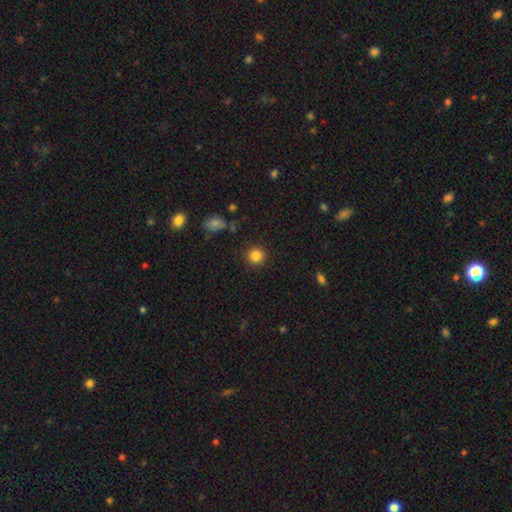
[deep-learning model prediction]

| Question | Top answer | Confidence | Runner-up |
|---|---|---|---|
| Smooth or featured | smooth | 84% | star or artifact (11%) |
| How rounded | round | 92% | in between (7%) |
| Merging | none | 90% | minor disturbance (6%) |